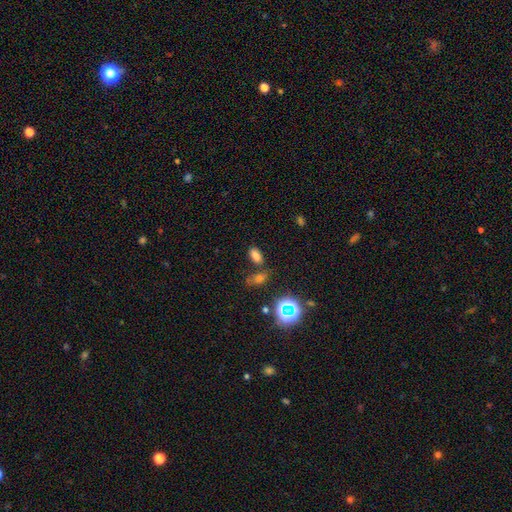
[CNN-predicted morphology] The model was most divided on "smooth or featured": smooth: 73%, star or artifact: 19%, featured or disk: 7%. More confident: how rounded — in between (89%); merging — none (69%).